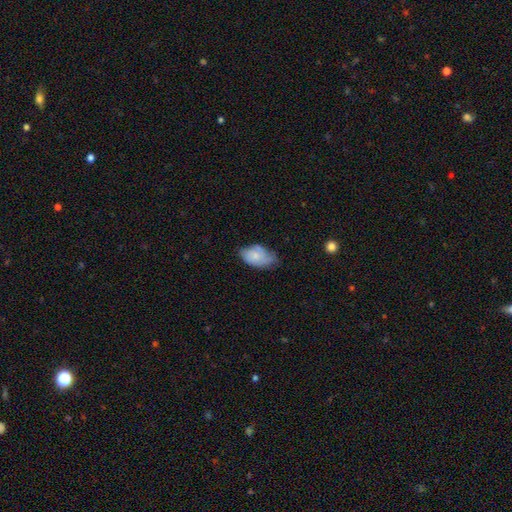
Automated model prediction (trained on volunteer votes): This is likely a smooth galaxy (68%). How rounded: clearly in between (91%). Merging: marginally none (42%, tied with minor disturbance).